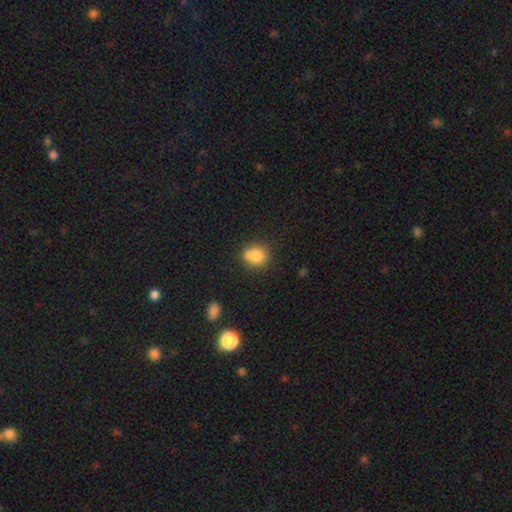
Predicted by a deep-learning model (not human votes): This is likely a smooth galaxy (78%). How rounded: likely round (75%). Merging: possibly none (52%).